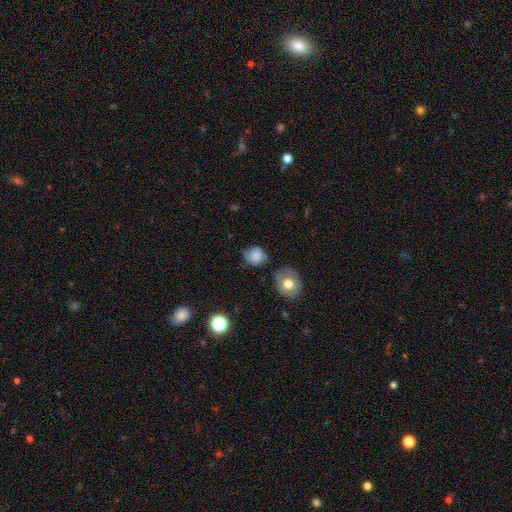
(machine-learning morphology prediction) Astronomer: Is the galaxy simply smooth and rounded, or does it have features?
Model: smooth — 77%.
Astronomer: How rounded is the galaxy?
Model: round — 73%.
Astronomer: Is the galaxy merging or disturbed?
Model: none — 57%.